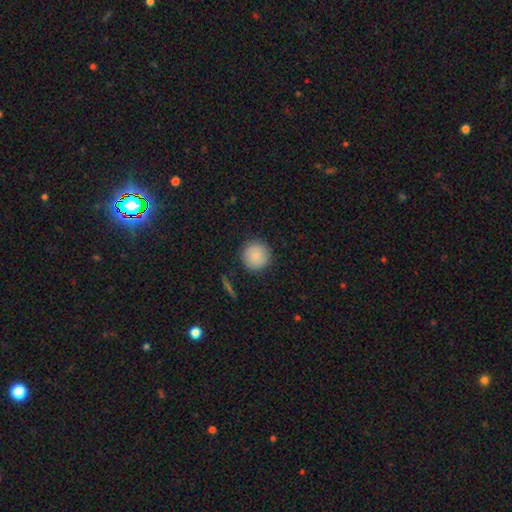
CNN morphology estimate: A smooth galaxy with no disk features (84%) that is round (95%). Merging: none (89%).